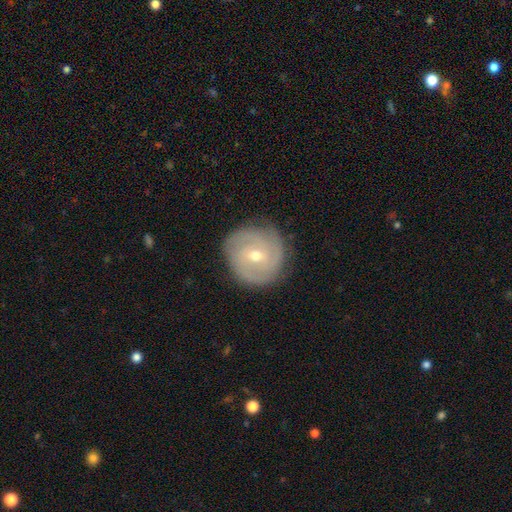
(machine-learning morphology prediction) Q: Smooth or featured?
A: featured or disk (73%); runner-up: smooth (20%)
Q: Edge-on disk?
A: no (97%); runner-up: yes (3%)
Q: Bar?
A: weak (49%); runner-up: no (38%)
Q: Spiral arms?
A: yes (90%); runner-up: no (10%)
Q: Spiral winding?
A: tight (63%); runner-up: medium (29%)
Q: Spiral arm count?
A: 2 (30%); runner-up: can't tell (27%)
Q: Bulge size?
A: moderate (50%); runner-up: small (47%)
Q: Merging?
A: none (82%); runner-up: minor disturbance (13%)